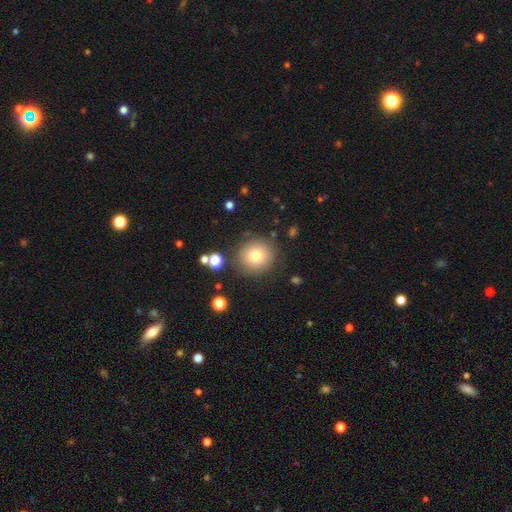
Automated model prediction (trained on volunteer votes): Smooth or featured? Predicted: smooth (p=0.76). How rounded? Predicted: round (p=0.92). Merging? Predicted: none (p=0.86).